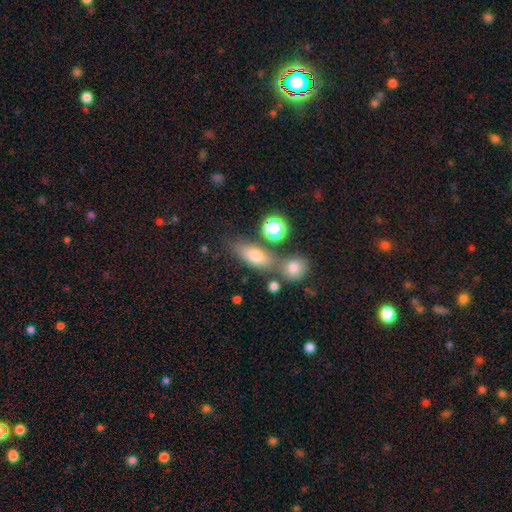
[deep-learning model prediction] Smooth or featured? smooth (70%)
How rounded? in between (67%)
Merging? none (62%)